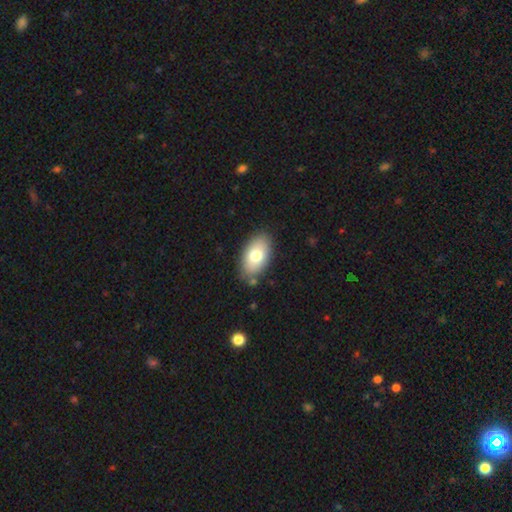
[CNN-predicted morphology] This is likely a smooth galaxy (75%). How rounded: clearly in between (93%). Merging: clearly none (82%).